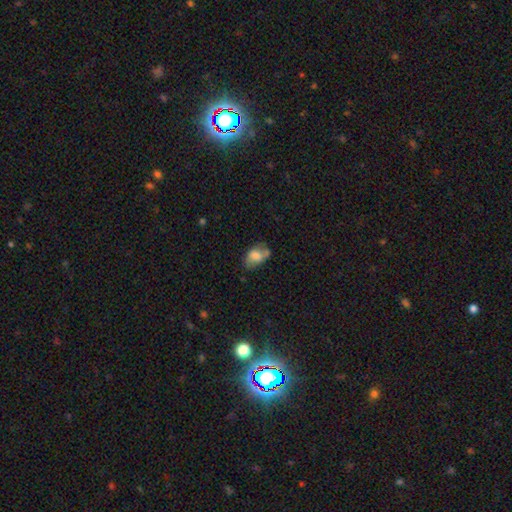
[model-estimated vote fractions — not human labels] smooth-or-featured: smooth: 67% | featured or disk: 24% | star or artifact: 9%
  how-rounded: in between: 83% | round: 15% | cigar-shaped: 2%
  merging: none: 44% | minor disturbance: 30% | major disturbance: 13% | merger: 13%